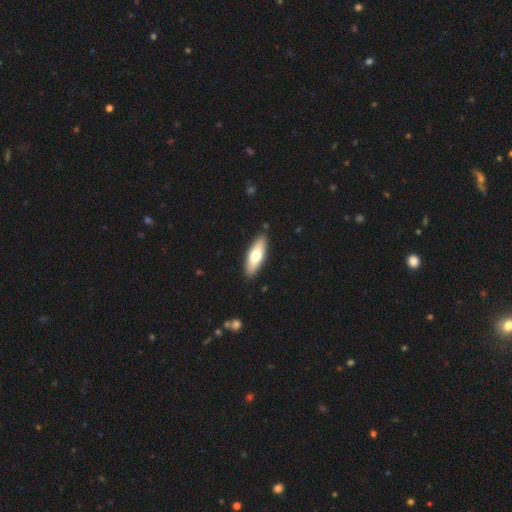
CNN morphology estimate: smooth 65%, featured or disk 30%, star or artifact 5%. Down the decision tree: how rounded — in between (58%); merging — none (89%).